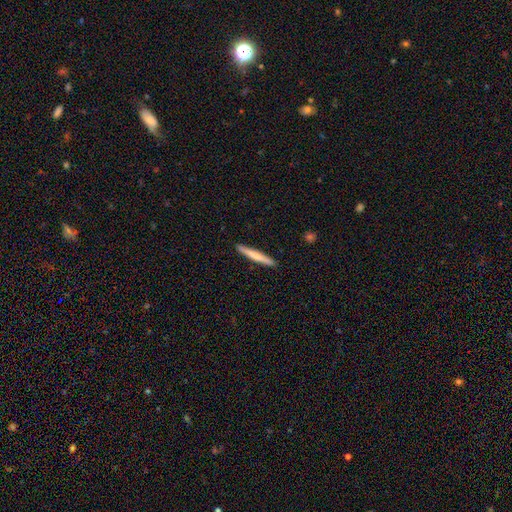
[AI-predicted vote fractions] Q: Smooth or featured?
A: smooth (62%); runner-up: featured or disk (33%)
Q: How rounded?
A: cigar-shaped (96%); runner-up: in between (3%)
Q: Merging?
A: none (92%); runner-up: minor disturbance (6%)